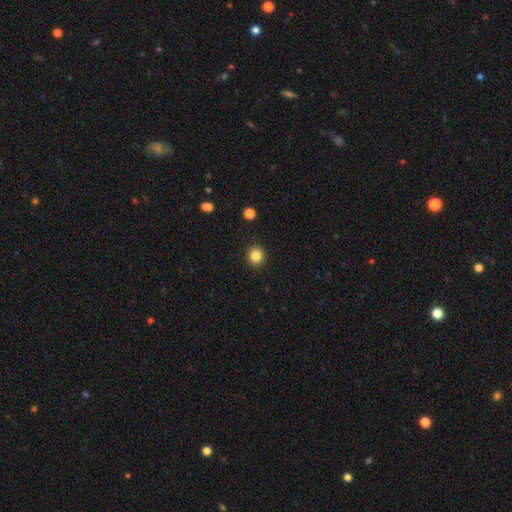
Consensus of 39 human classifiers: Smooth or featured? smooth (90%)
How rounded? round (89%)
Merging? none (89%)